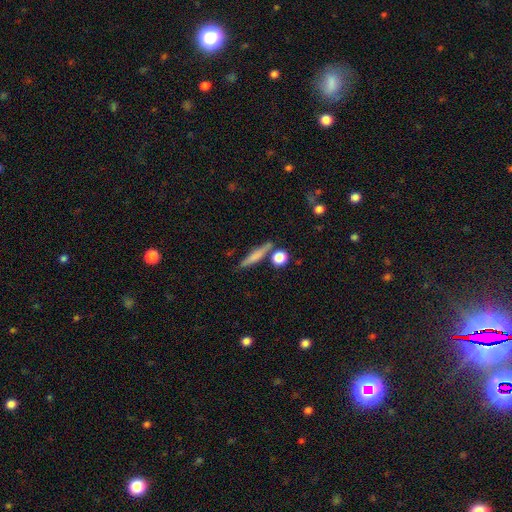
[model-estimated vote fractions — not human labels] This appears to be a smooth galaxy with no disk features (64%) that is cigar-shaped (80%). Merging: none (75%).